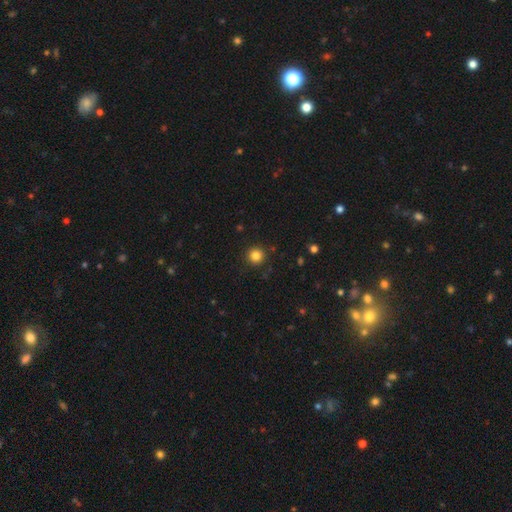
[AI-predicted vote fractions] This appears to be a smooth galaxy with no disk features (84%) that is round (95%). Merging: none (91%).